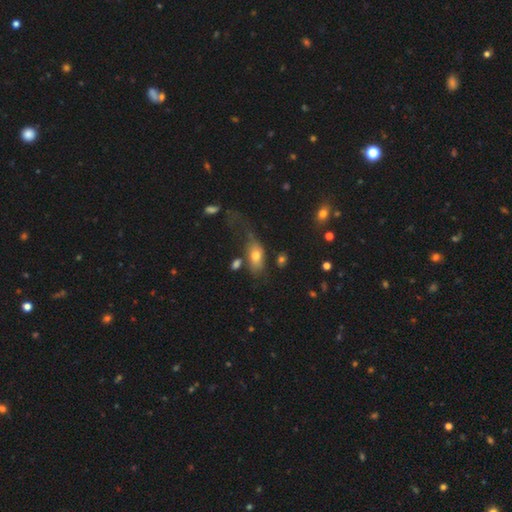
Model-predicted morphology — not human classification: Q: Smooth or featured?
A: smooth (67%); runner-up: featured or disk (24%)
Q: How rounded?
A: in between (85%); runner-up: cigar-shaped (8%)
Q: Merging?
A: major disturbance (35%); runner-up: none (31%)